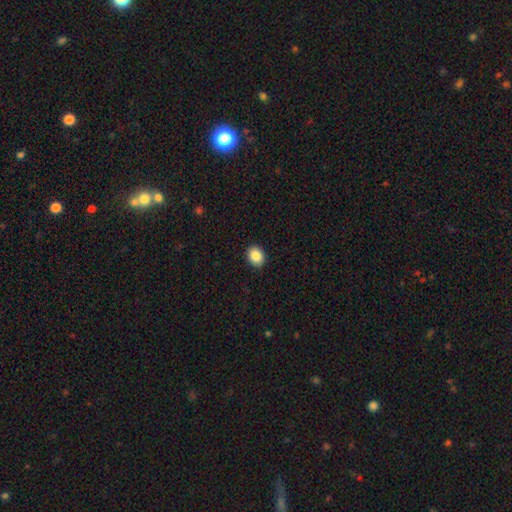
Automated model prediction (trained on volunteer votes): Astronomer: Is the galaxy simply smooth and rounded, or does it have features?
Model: smooth — 86%.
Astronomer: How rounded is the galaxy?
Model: in between — 58% (runner-up: round, 42%).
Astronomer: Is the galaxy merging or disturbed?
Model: none — 91%.